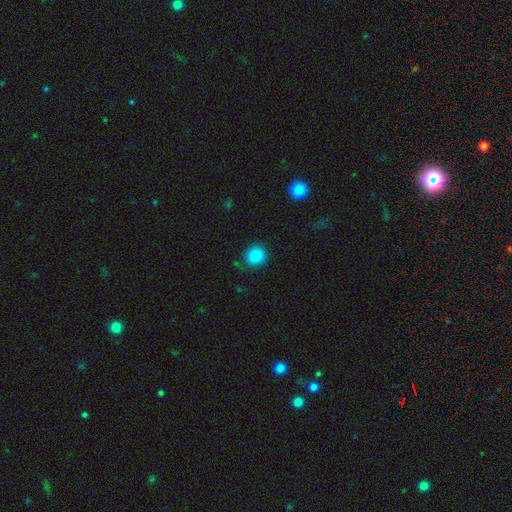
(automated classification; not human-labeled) Smooth or featured?
  - smooth: 85% *
  - star or artifact: 10%
  - featured or disk: 5%
How rounded?
  - round: 92% *
  - in between: 8%
  - cigar-shaped: 1%
Merging?
  - none: 88% *
  - minor disturbance: 8%
  - major disturbance: 2%
  - merger: 2%